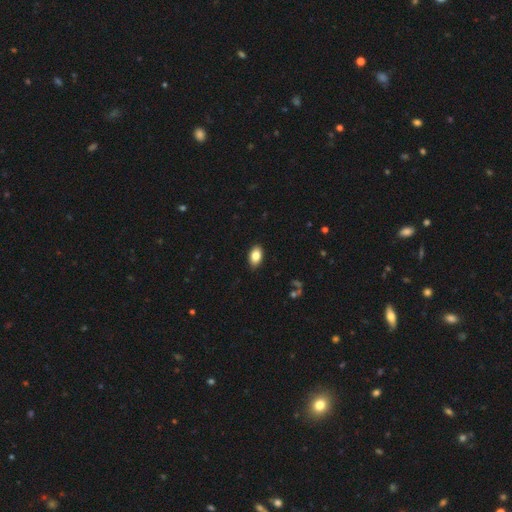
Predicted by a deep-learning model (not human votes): Overall: smooth (84%). How rounded: in between (92%). Merging: none (87%).